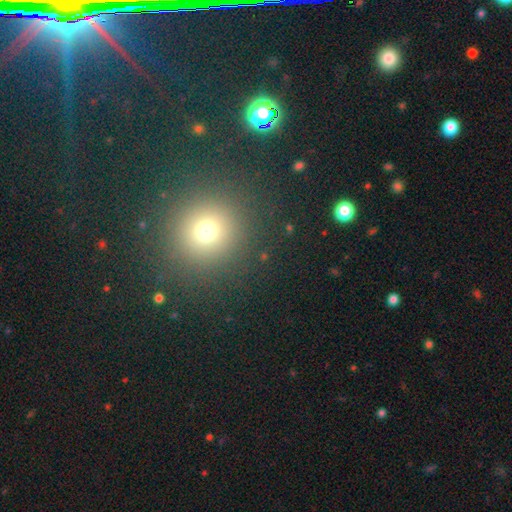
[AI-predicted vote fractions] smooth_or_featured: smooth (p=0.59) [alt: star or artifact p=0.34]
how_rounded: round (p=0.93) [alt: in between p=0.06]
merging: none (p=0.91) [alt: minor disturbance p=0.05]